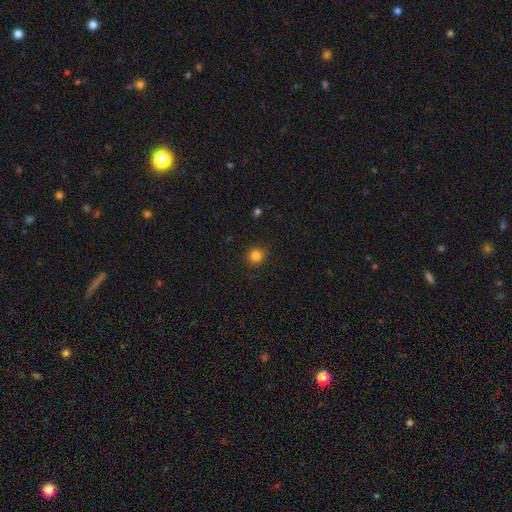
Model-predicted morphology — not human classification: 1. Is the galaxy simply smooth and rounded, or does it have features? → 84% smooth, 12% star or artifact, 4% featured or disk.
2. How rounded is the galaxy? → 90% round, 9% in between, 1% cigar-shaped.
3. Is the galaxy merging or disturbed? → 90% none, 7% minor disturbance, 2% major disturbance, 1% merger.